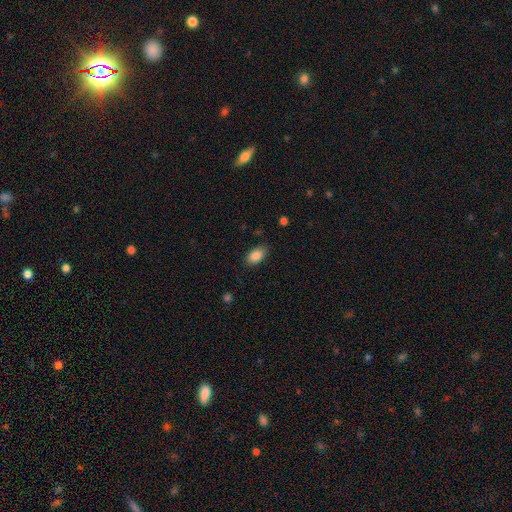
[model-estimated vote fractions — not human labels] smooth_or_featured: smooth (p=0.87) [alt: star or artifact p=0.08]
how_rounded: in between (p=0.91) [alt: round p=0.07]
merging: none (p=0.83) [alt: minor disturbance p=0.13]